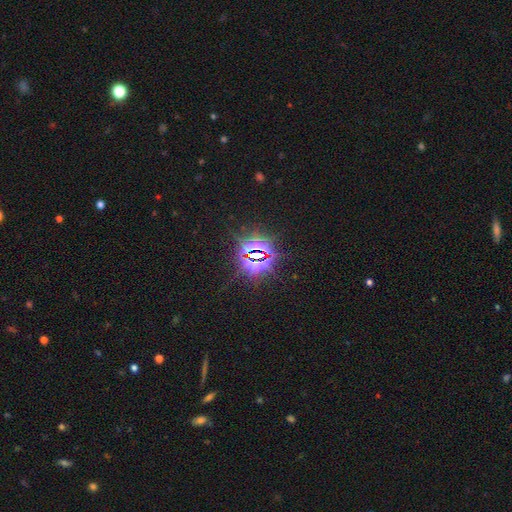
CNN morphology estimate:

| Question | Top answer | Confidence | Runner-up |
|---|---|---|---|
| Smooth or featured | star or artifact | 86% | smooth (8%) |